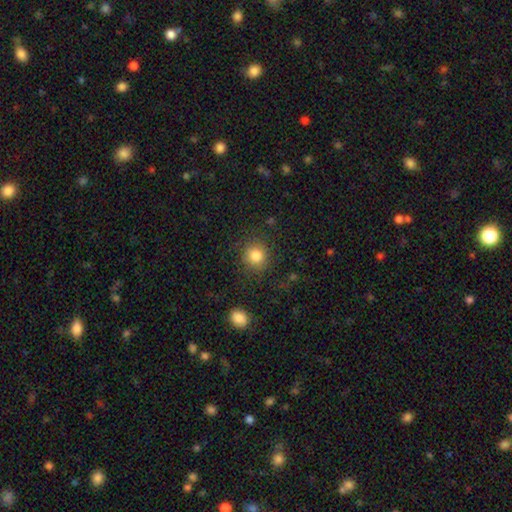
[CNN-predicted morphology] Q: Smooth or featured?
A: smooth (84%); runner-up: star or artifact (11%)
Q: How rounded?
A: round (89%); runner-up: in between (10%)
Q: Merging?
A: none (86%); runner-up: minor disturbance (8%)